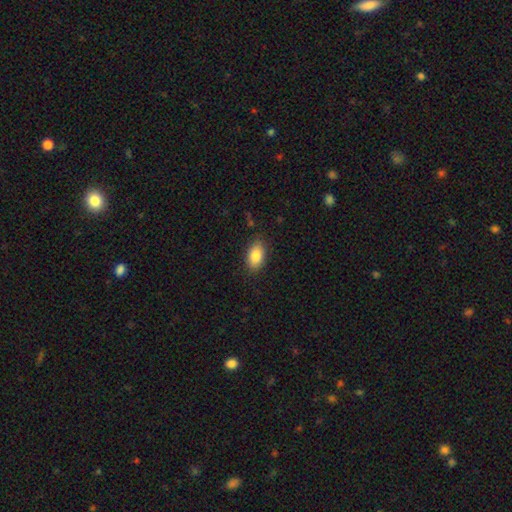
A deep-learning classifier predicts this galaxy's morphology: smooth 85%, featured or disk 7%, star or artifact 7%. Down the decision tree: how rounded — in between (91%); merging — none (84%).